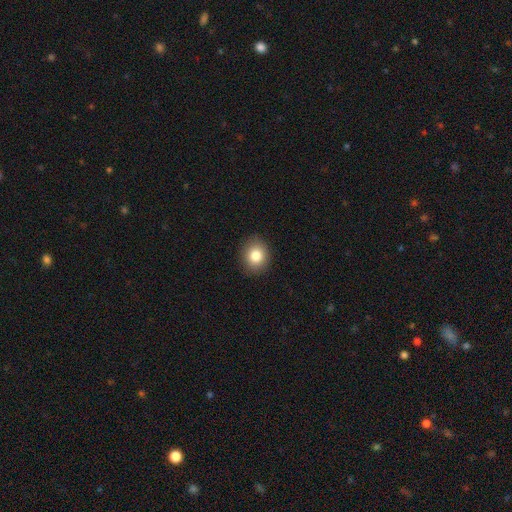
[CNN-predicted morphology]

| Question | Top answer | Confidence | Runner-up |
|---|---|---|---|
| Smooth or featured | smooth | 83% | star or artifact (10%) |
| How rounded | round | 70% | in between (29%) |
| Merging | none | 90% | minor disturbance (7%) |